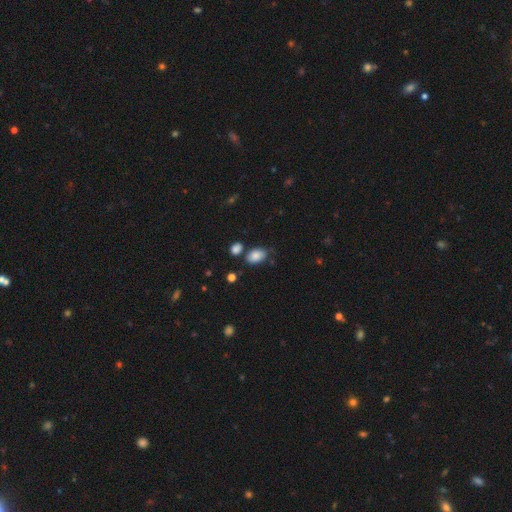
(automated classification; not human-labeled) Smooth or featured?
  - smooth: 85% *
  - star or artifact: 8%
  - featured or disk: 7%
How rounded?
  - in between: 87% *
  - round: 11%
  - cigar-shaped: 1%
Merging?
  - none: 64% *
  - minor disturbance: 20%
  - merger: 11%
  - major disturbance: 5%